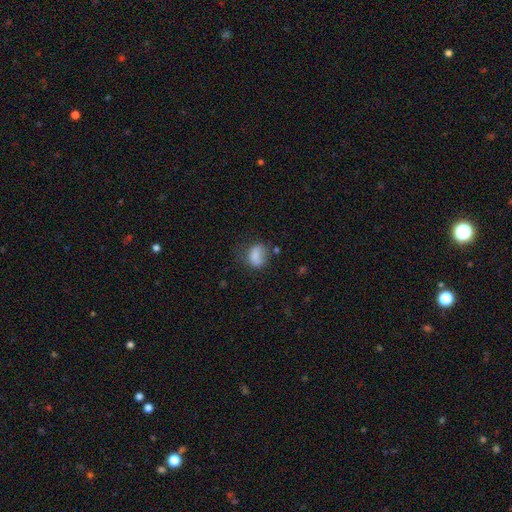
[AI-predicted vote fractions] A smooth galaxy with no disk features (78%) that is in between round and cigar-shaped (65%). Merging: none (46%).